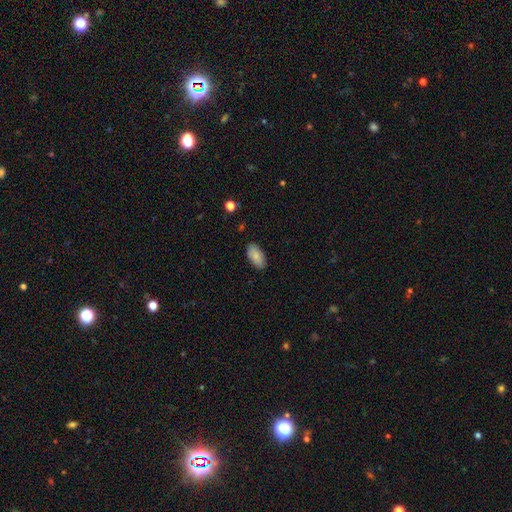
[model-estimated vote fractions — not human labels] A smooth galaxy with no disk features (84%) that is in between round and cigar-shaped (94%). Merging: none (86%).